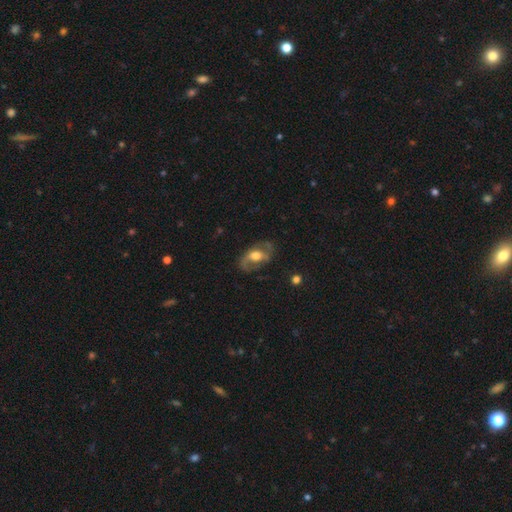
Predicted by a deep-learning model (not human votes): smooth_or_featured: featured or disk (p=0.65) [alt: smooth p=0.28]
disk_edge_on: no (p=0.92) [alt: yes p=0.08]
bar: no (p=0.46) [alt: weak p=0.35]
has_spiral_arms: yes (p=0.71) [alt: no p=0.29]
bulge_size: moderate (p=0.61) [alt: large p=0.27]
merging: none (p=0.61) [alt: minor disturbance p=0.21]